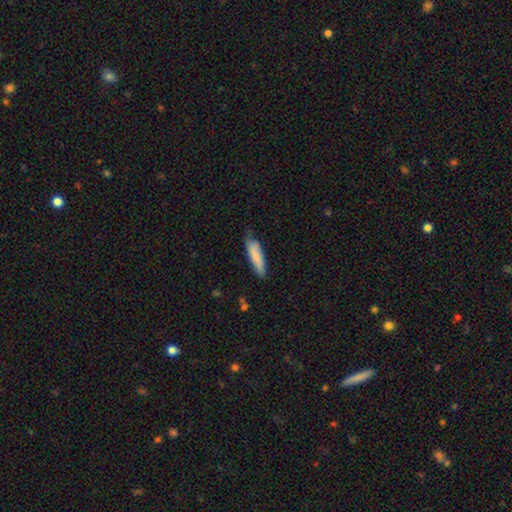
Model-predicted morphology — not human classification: A smooth galaxy with no disk features (80%) that is cigar-shaped (70%).

Vote fractions:
- Smooth or featured? smooth: 80% / featured or disk: 15% / star or artifact: 6%
- How rounded? cigar-shaped: 70% / in between: 29% / round: 1%
- Merging? none: 65% / minor disturbance: 28% / major disturbance: 5% / merger: 2%